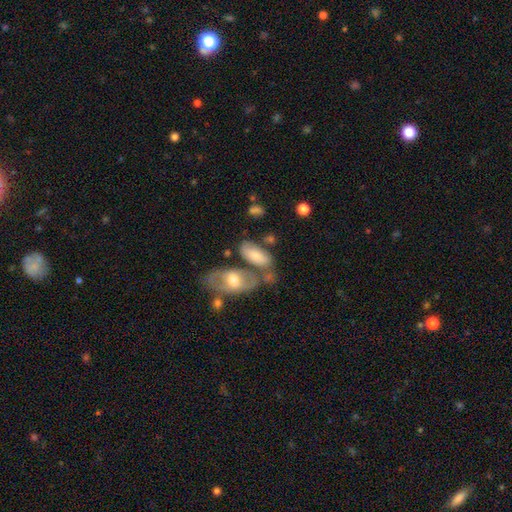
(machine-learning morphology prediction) Smooth or featured? smooth (69%)
How rounded? in between (90%)
Merging? none (42%)